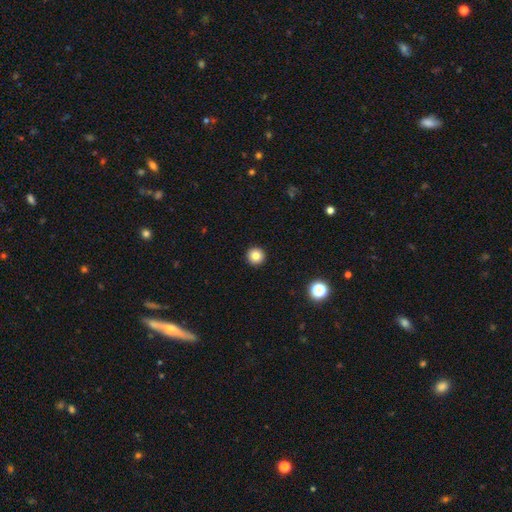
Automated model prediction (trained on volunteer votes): This is clearly a smooth galaxy (83%). How rounded: clearly round (96%). Merging: clearly none (94%).